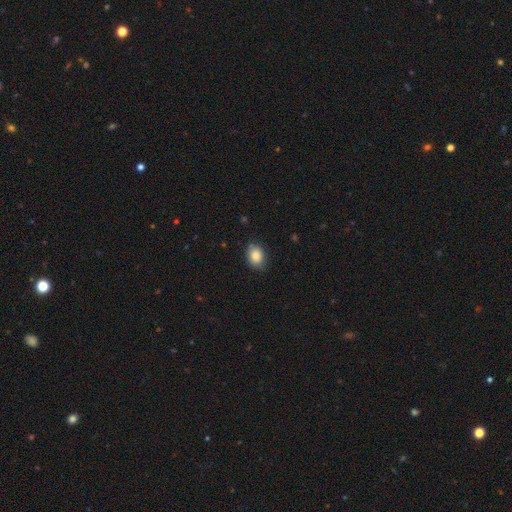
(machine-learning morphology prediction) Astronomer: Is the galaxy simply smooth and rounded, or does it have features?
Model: smooth — 87%.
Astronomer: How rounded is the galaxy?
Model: in between — 69%.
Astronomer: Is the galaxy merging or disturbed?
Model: none — 80%.